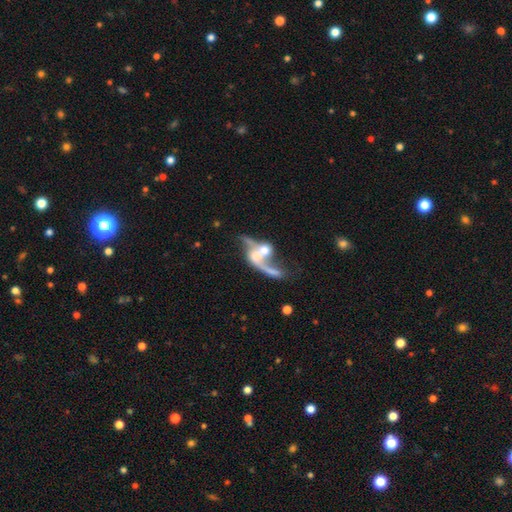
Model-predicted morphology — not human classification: This is likely a featured or disk galaxy (70%). It is clearly not viewed edge-on (94%). Bar: likely no (63%). Spiral arm pattern: likely yes (73%). Central bulge: marginally moderate (39%). Merging: possibly merger (60%).